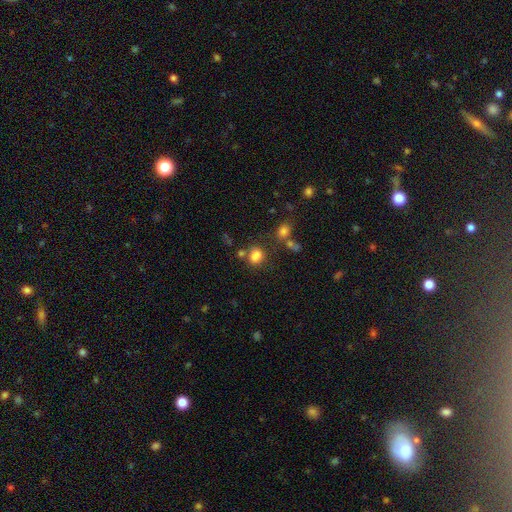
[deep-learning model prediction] A smooth galaxy with no disk features (80%) that is in between round and cigar-shaped (51%).

Vote fractions:
- Smooth or featured? smooth: 80% / star or artifact: 13% / featured or disk: 7%
- How rounded? in between: 51% / round: 48% / cigar-shaped: 1%
- Merging? none: 58% / merger: 20% / minor disturbance: 15% / major disturbance: 7%